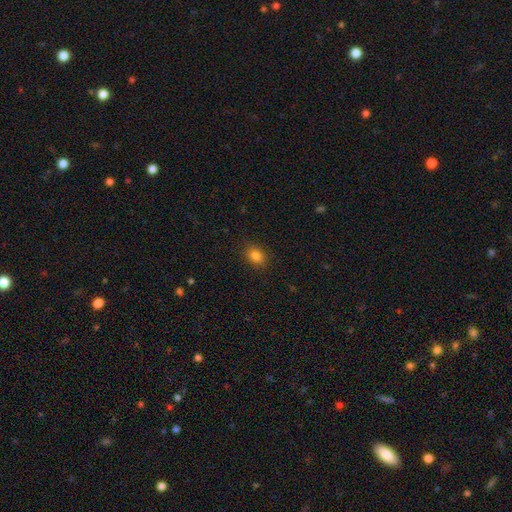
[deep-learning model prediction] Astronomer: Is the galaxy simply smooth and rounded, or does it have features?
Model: smooth — 82%.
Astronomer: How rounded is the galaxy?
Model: in between — 63%.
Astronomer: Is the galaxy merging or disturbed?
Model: none — 87%.